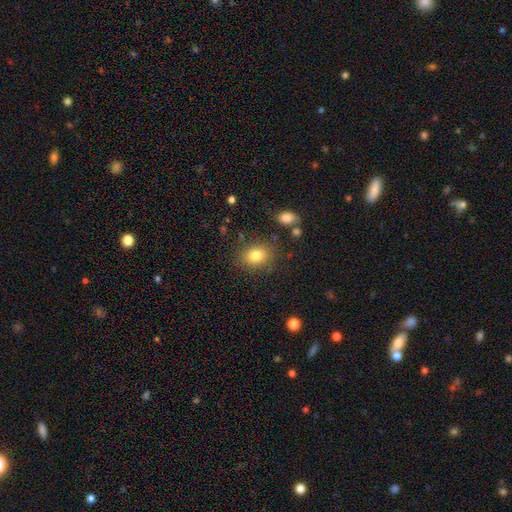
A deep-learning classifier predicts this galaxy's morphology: type=smooth (80%); roundness=in between (54%); merging=none (82%).